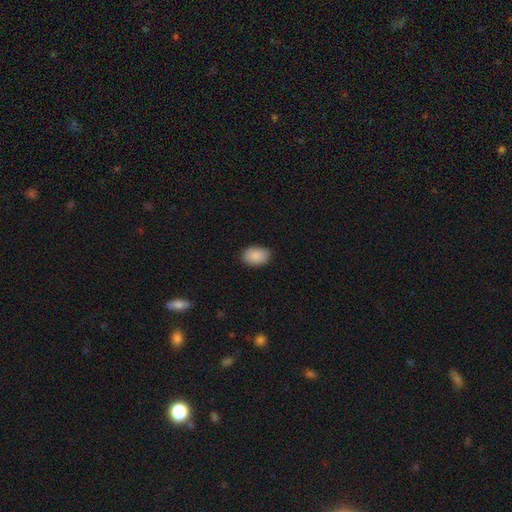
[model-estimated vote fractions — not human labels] This appears to be a smooth galaxy with no disk features (88%) that is in between round and cigar-shaped (84%). Merging: none (84%).